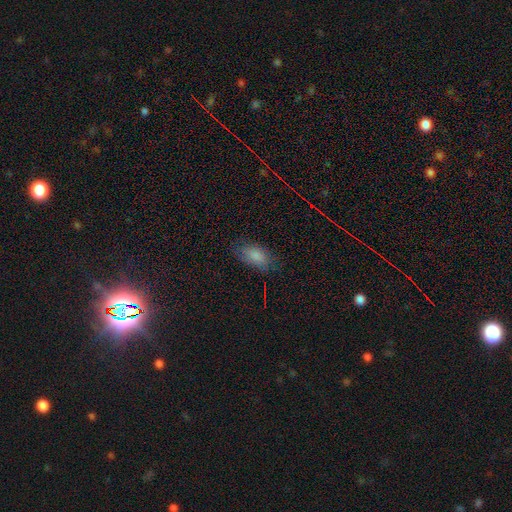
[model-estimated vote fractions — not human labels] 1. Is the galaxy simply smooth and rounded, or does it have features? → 82% smooth, 11% star or artifact, 7% featured or disk.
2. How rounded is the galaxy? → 92% in between, 5% round, 3% cigar-shaped.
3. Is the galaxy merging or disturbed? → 75% none, 19% minor disturbance, 5% major disturbance, 1% merger.